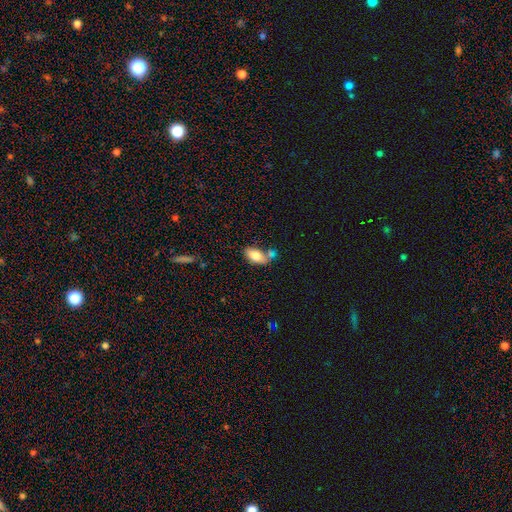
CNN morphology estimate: A smooth galaxy with no disk features (79%) that is in between round and cigar-shaped (91%).

Vote fractions:
- Smooth or featured? smooth: 79% / featured or disk: 13% / star or artifact: 7%
- How rounded? in between: 91% / cigar-shaped: 5% / round: 4%
- Merging? none: 50% / merger: 27% / minor disturbance: 17% / major disturbance: 6%